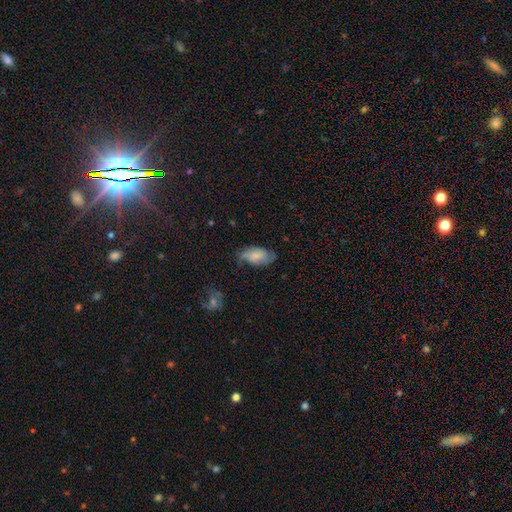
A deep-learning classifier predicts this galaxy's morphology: A smooth galaxy with no disk features (57%) that is in between round and cigar-shaped (92%). Merging: none (51%).